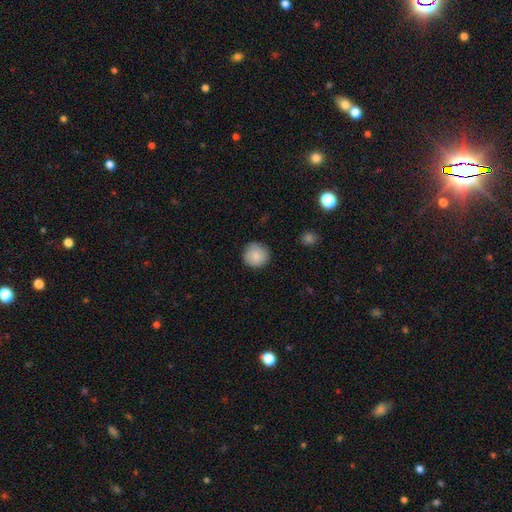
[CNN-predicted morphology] Smooth or featured? smooth (85%)
How rounded? round (95%)
Merging? none (88%)